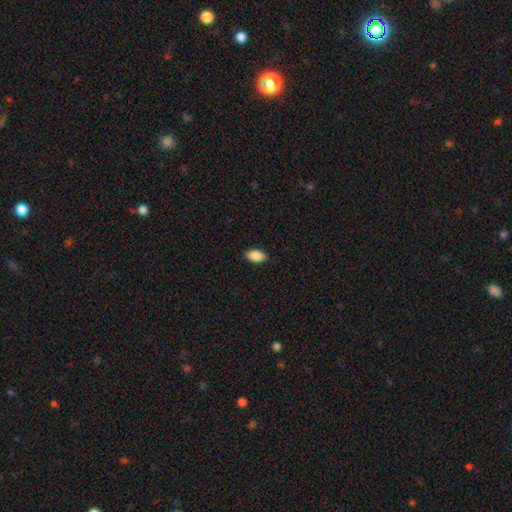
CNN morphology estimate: Smooth or featured? smooth (89%)
How rounded? in between (93%)
Merging? none (88%)